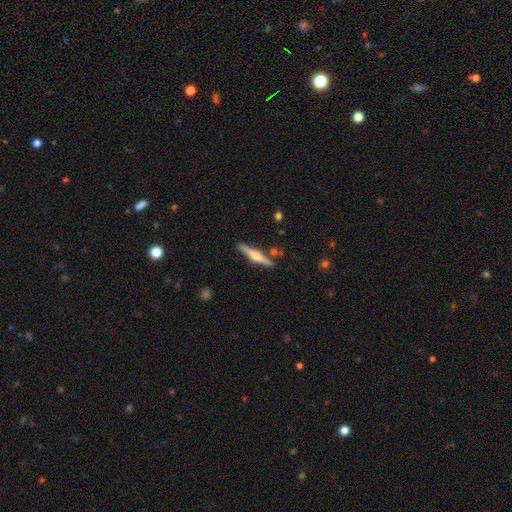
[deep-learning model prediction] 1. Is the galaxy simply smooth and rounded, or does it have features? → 66% featured or disk, 28% smooth, 6% star or artifact.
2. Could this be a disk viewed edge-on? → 98% yes, 2% no.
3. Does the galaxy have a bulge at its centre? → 89% rounded, 6% boxy, 4% none.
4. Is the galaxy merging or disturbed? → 85% none, 9% minor disturbance, 4% merger, 2% major disturbance.